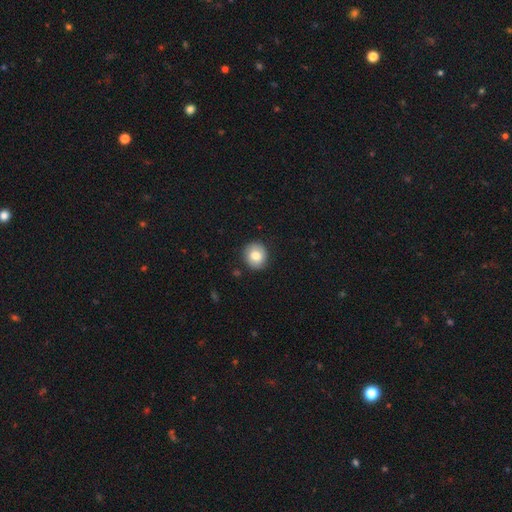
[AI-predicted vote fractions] A smooth galaxy with no disk features (79%) that is round (85%). Merging: none (88%).